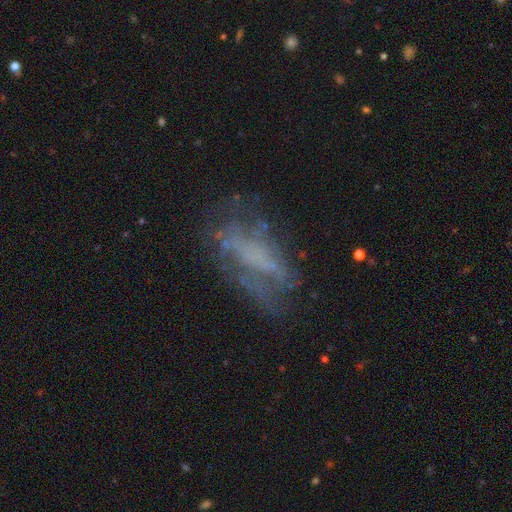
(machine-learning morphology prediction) A featured or disk galaxy (57%). Merging: none (50%).